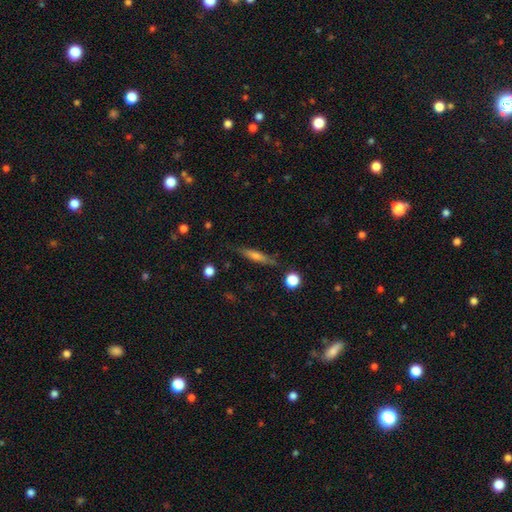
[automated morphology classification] Smooth or featured: featured or disk — 49% (smooth — 41%)
Merging: none — 83% (minor disturbance — 11%)